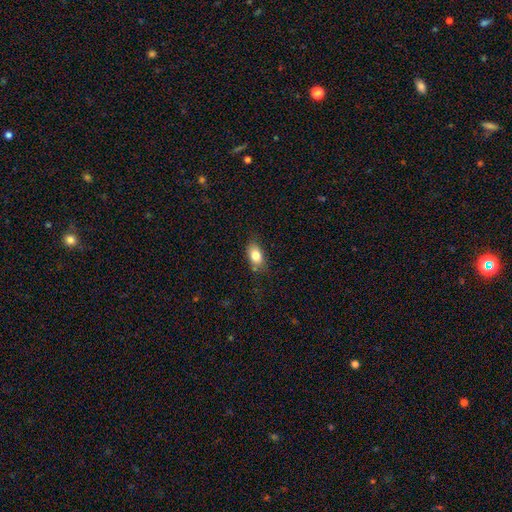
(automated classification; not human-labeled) Smooth or featured? Predicted: smooth (p=0.81). How rounded? Predicted: in between (p=0.87). Merging? Predicted: none (p=0.73).